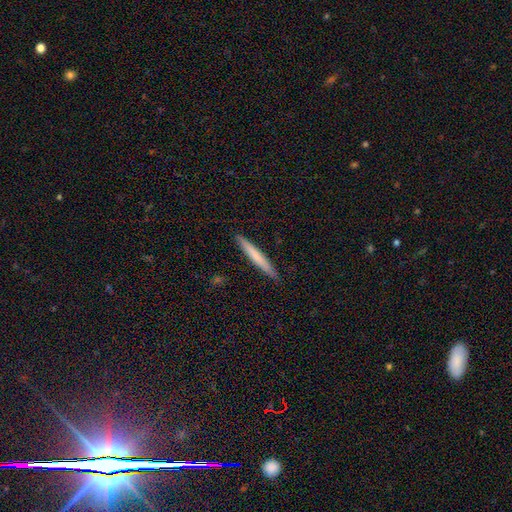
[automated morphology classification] smooth 68%, featured or disk 27%, star or artifact 5%. Down the decision tree: how rounded — cigar-shaped (96%); merging — none (90%).